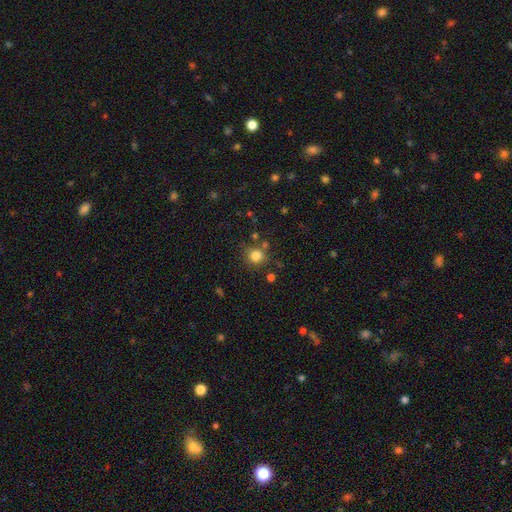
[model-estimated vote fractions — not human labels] Smooth or featured?
  - smooth: 81% *
  - star or artifact: 13%
  - featured or disk: 6%
How rounded?
  - round: 87% *
  - in between: 12%
  - cigar-shaped: 1%
Merging?
  - none: 74% *
  - minor disturbance: 12%
  - merger: 10%
  - major disturbance: 4%